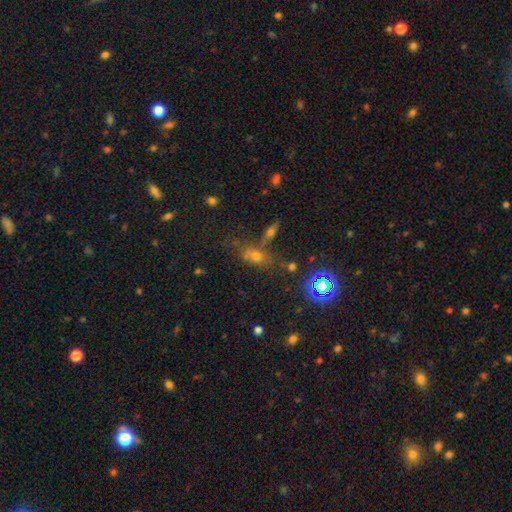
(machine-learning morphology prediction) Q: Smooth or featured?
A: smooth (52%); runner-up: star or artifact (32%)
Q: How rounded?
A: in between (58%); runner-up: round (28%)
Q: Merging?
A: none (55%); runner-up: merger (22%)